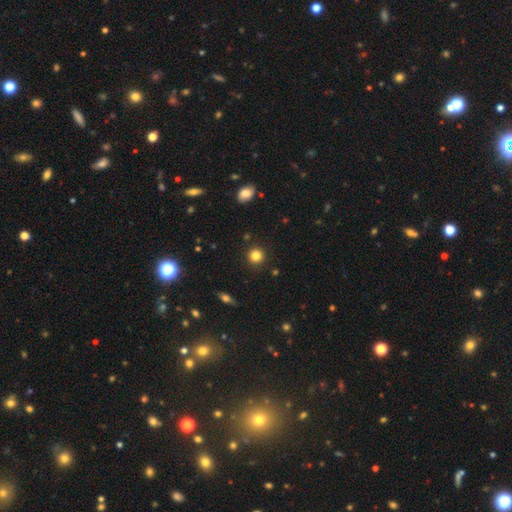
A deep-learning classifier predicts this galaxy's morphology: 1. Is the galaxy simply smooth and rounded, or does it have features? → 83% smooth, 12% star or artifact, 5% featured or disk.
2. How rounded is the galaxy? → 93% round, 6% in between, 1% cigar-shaped.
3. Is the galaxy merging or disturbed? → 91% none, 5% minor disturbance, 2% major disturbance, 1% merger.